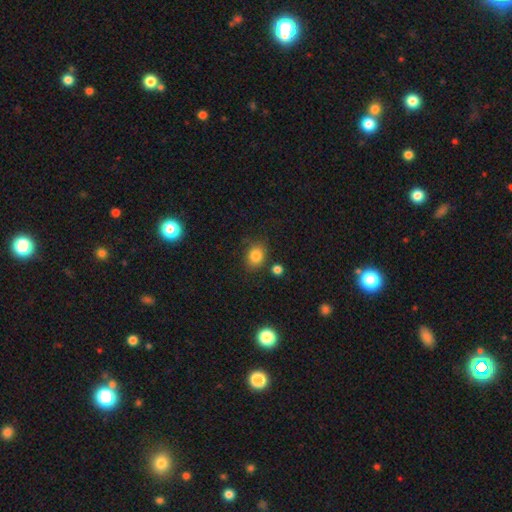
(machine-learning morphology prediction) Q: Smooth or featured?
A: smooth (83%); runner-up: star or artifact (11%)
Q: How rounded?
A: in between (56%); runner-up: round (43%)
Q: Merging?
A: none (76%); runner-up: minor disturbance (15%)